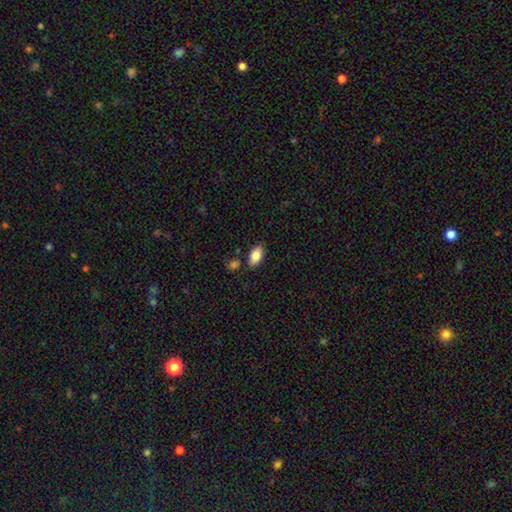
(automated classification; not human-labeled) A smooth galaxy with no disk features (86%) that is in between round and cigar-shaped (92%).

Vote fractions:
- Smooth or featured? smooth: 86% / featured or disk: 7% / star or artifact: 7%
- How rounded? in between: 92% / round: 4% / cigar-shaped: 3%
- Merging? none: 82% / minor disturbance: 11% / merger: 5% / major disturbance: 2%